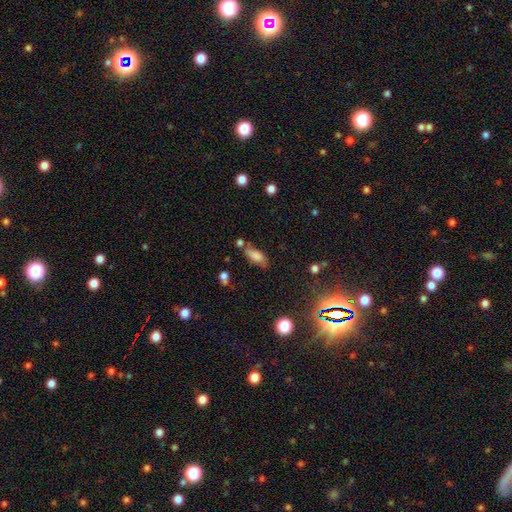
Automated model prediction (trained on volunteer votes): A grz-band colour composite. It shows a smooth galaxy with no disk features (79%) that is in between round and cigar-shaped (79%). Merging: none (58%).